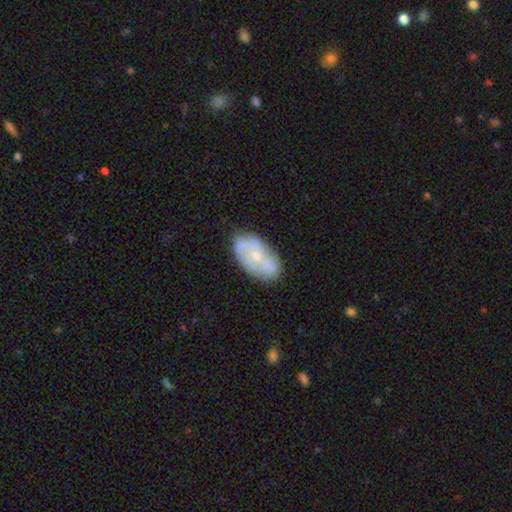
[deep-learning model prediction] Smooth or featured? Predicted: featured or disk (p=0.56). Edge-on disk? Predicted: no (p=0.94). Bar? Predicted: no (p=0.72). Spiral arms? Predicted: yes (p=0.52). Bulge size? Predicted: small (p=0.59). Merging? Predicted: none (p=0.67).